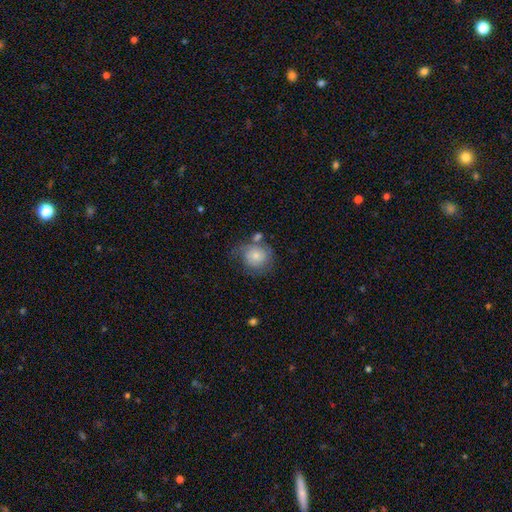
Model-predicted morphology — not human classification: Smooth or featured?
  - smooth: 70% *
  - featured or disk: 23%
  - star or artifact: 8%
How rounded?
  - round: 82% *
  - in between: 17%
  - cigar-shaped: 1%
Merging?
  - none: 50% *
  - minor disturbance: 24%
  - major disturbance: 13%
  - merger: 13%